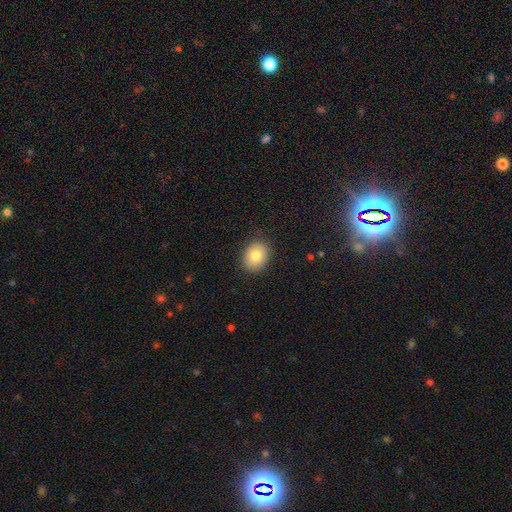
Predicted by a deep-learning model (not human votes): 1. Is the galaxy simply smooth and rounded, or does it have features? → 80% smooth, 11% featured or disk, 9% star or artifact.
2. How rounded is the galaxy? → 56% in between, 43% round, 1% cigar-shaped.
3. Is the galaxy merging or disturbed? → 87% none, 10% minor disturbance, 2% major disturbance, 1% merger.